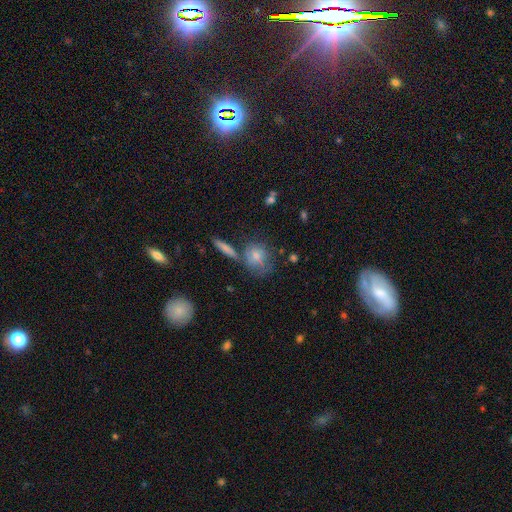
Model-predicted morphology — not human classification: A smooth galaxy with no disk features (58%) that is round (71%). Merging: none (61%).